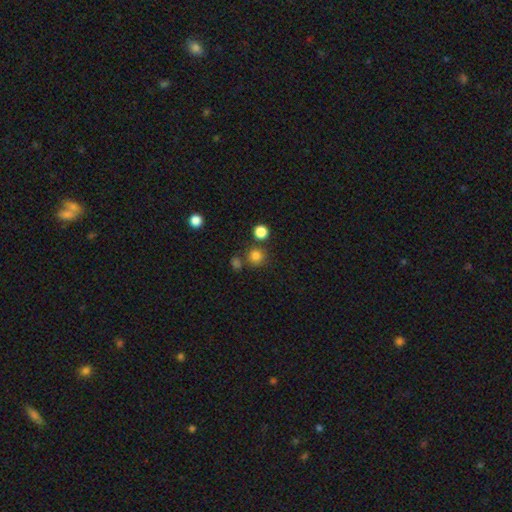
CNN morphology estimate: Smooth or featured: smooth — 79% (star or artifact — 15%)
How rounded: round — 92% (in between — 7%)
Merging: none — 76% (merger — 13%)